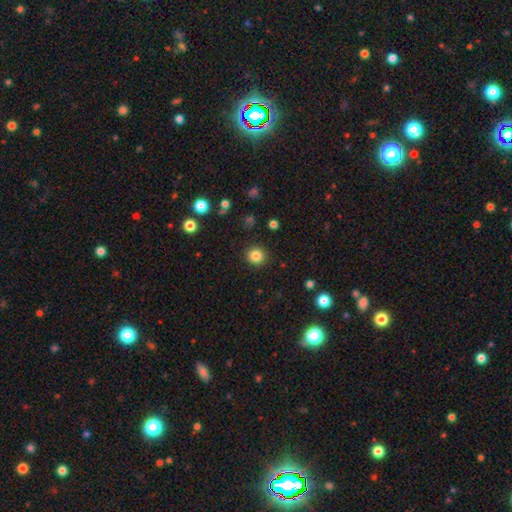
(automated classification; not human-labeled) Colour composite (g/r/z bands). It shows a smooth galaxy with no disk features (84%) that is round (91%). Merging: none (91%).